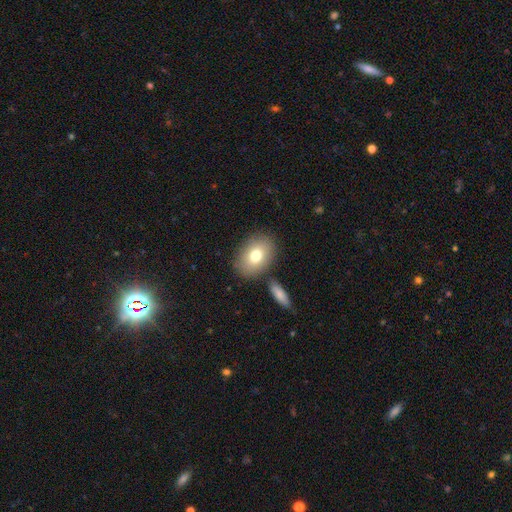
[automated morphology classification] smooth-or-featured: smooth: 75% | featured or disk: 16% | star or artifact: 8%
  how-rounded: in between: 78% | round: 21% | cigar-shaped: 1%
  merging: none: 79% | minor disturbance: 10% | merger: 8% | major disturbance: 3%